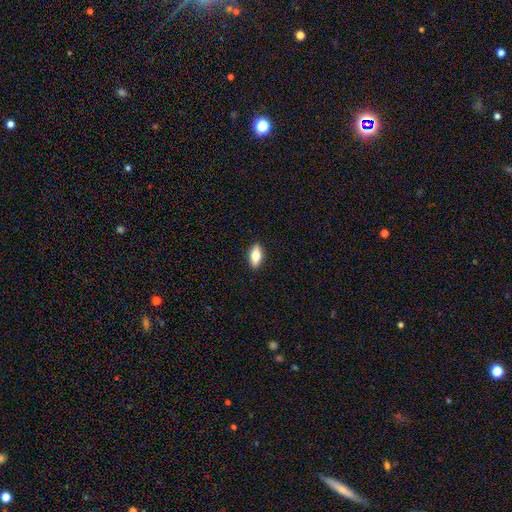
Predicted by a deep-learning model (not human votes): Smooth or featured?
  - smooth: 71% *
  - featured or disk: 21%
  - star or artifact: 7%
How rounded?
  - in between: 84% *
  - cigar-shaped: 12%
  - round: 4%
Merging?
  - none: 90% *
  - minor disturbance: 8%
  - major disturbance: 2%
  - merger: 1%